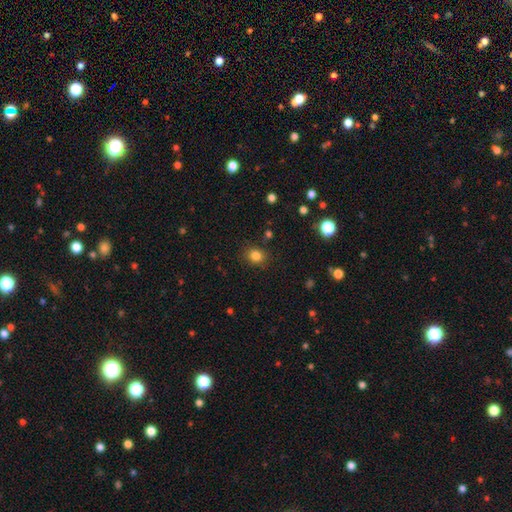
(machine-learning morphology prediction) Q: Smooth or featured?
A: smooth (83%); runner-up: star or artifact (13%)
Q: How rounded?
A: round (66%); runner-up: in between (33%)
Q: Merging?
A: none (85%); runner-up: minor disturbance (10%)